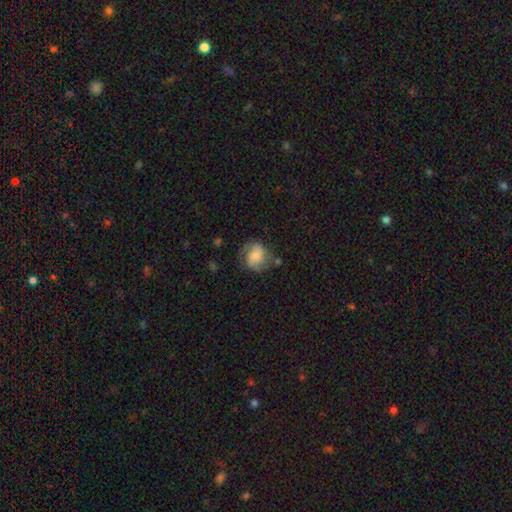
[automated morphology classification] Smooth or featured: smooth — 48% (featured or disk — 44%)
Merging: none — 58% (minor disturbance — 25%)